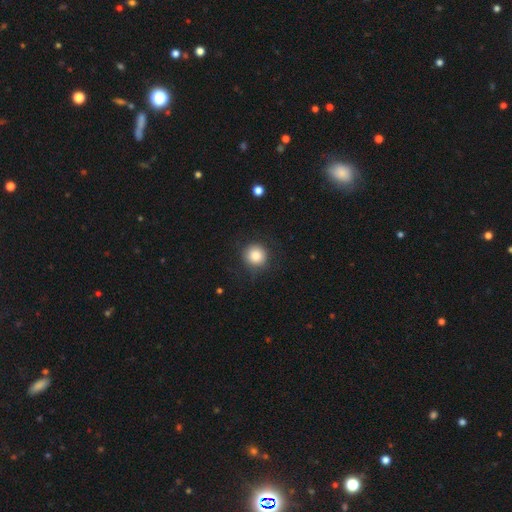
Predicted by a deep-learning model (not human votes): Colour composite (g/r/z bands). It shows a smooth galaxy with no disk features (86%) that is round (93%). Merging: none (84%).